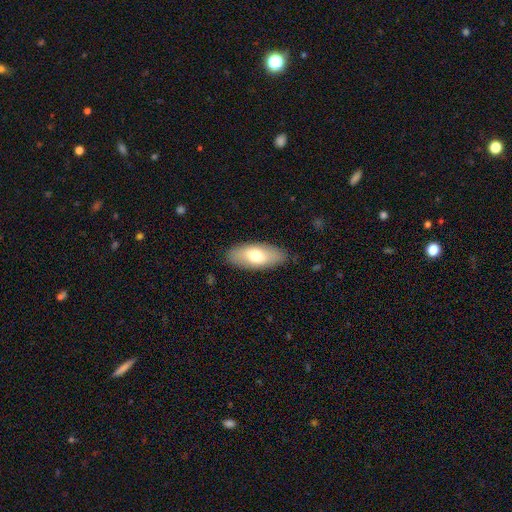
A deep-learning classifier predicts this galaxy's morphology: type=smooth (70%); roundness=in between (86%); merging=none (87%).